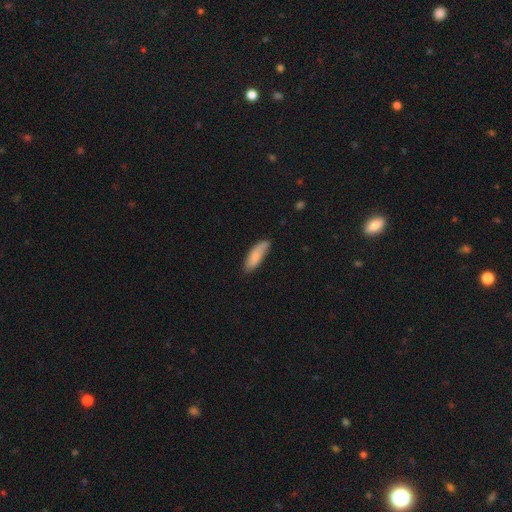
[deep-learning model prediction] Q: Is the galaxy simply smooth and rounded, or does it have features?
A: smooth — 81%.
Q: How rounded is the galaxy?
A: in between — 58%.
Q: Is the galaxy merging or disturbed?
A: none — 75%.